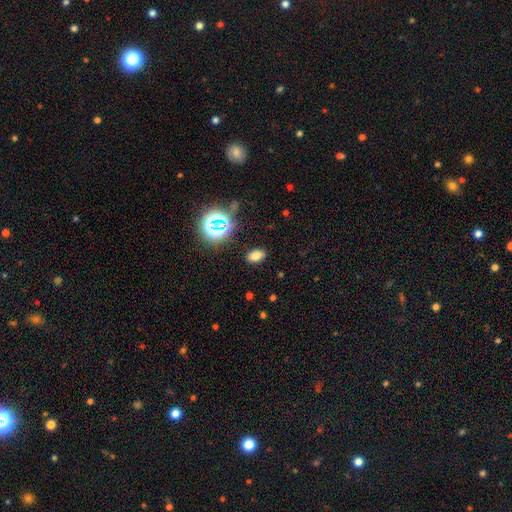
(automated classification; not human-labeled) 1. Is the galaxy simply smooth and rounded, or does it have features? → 71% smooth, 22% star or artifact, 7% featured or disk.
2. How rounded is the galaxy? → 86% in between, 12% round, 2% cigar-shaped.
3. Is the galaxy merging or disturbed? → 87% none, 8% minor disturbance, 3% major disturbance, 1% merger.